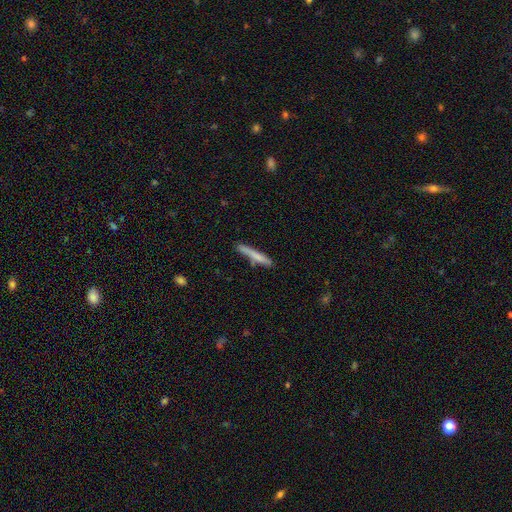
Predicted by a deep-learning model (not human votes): Smooth or featured: smooth — 70% (featured or disk — 24%)
How rounded: cigar-shaped — 94% (in between — 4%)
Merging: none — 73% (minor disturbance — 18%)